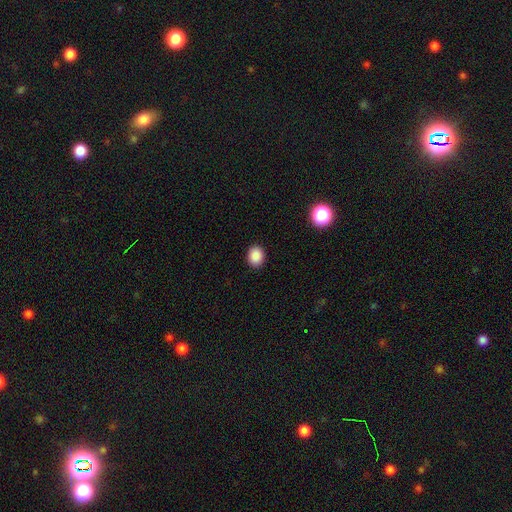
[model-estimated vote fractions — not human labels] smooth-or-featured: smooth: 88% | star or artifact: 9% | featured or disk: 3%
  how-rounded: round: 60% | in between: 39% | cigar-shaped: 1%
  merging: none: 91% | minor disturbance: 6% | major disturbance: 2% | merger: 1%